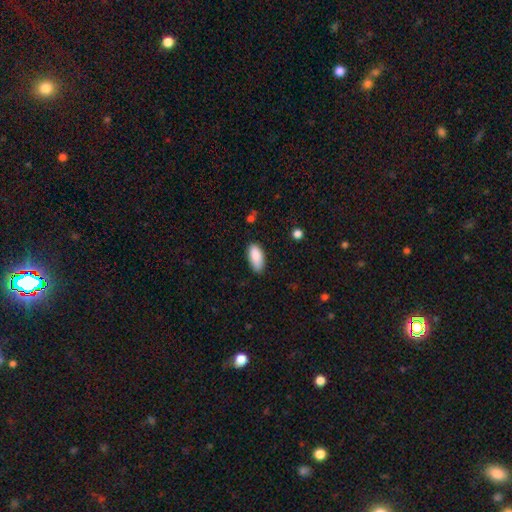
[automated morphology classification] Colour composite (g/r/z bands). It shows a smooth galaxy with no disk features (89%) that is in between round and cigar-shaped (91%). Merging: none (79%).